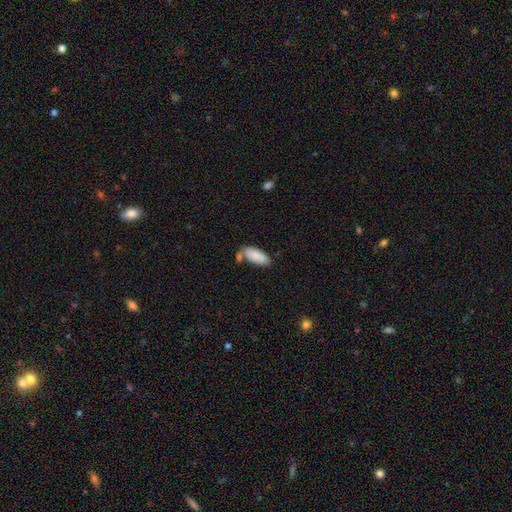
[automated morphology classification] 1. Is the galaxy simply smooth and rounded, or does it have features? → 85% smooth, 9% featured or disk, 6% star or artifact.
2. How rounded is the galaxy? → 84% in between, 14% cigar-shaped, 2% round.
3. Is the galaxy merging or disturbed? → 59% none, 18% merger, 18% minor disturbance, 5% major disturbance.